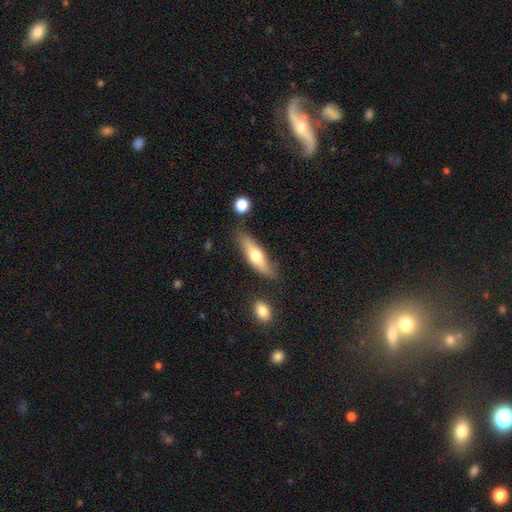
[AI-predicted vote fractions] Smooth or featured?
  - smooth: 55% *
  - featured or disk: 39%
  - star or artifact: 6%
How rounded?
  - cigar-shaped: 62% *
  - in between: 36%
  - round: 2%
Merging?
  - none: 75% *
  - minor disturbance: 17%
  - merger: 5%
  - major disturbance: 4%